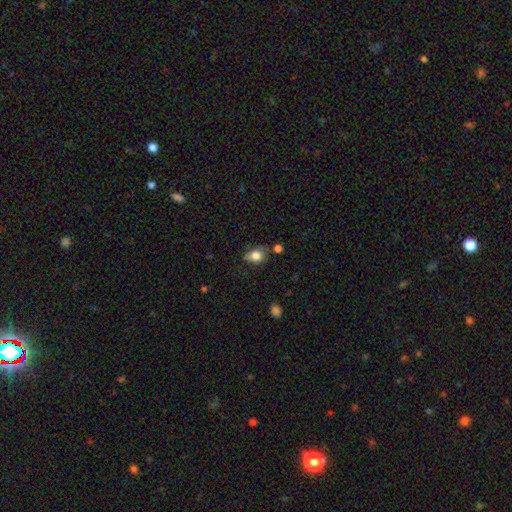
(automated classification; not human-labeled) Morphology: type=smooth (79%); roundness=in between (61%); merging=none (54%).